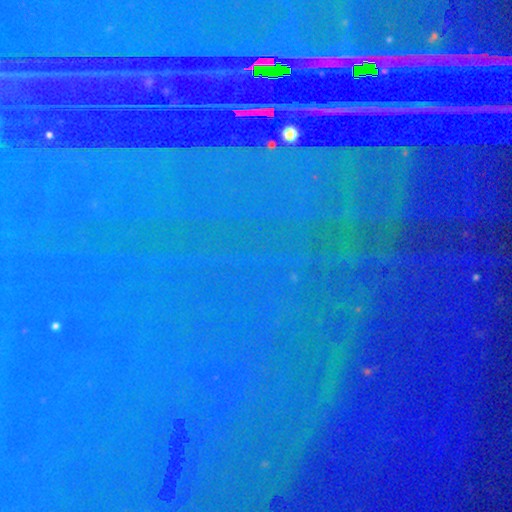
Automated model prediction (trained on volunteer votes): star or artifact 86%, featured or disk 7%, smooth 7%.